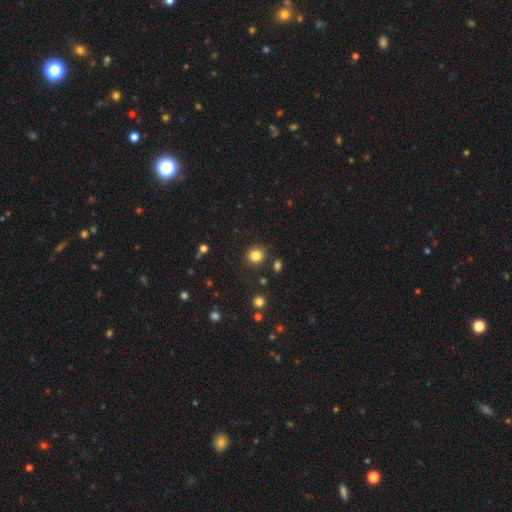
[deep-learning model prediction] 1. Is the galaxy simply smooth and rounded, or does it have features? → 83% smooth, 12% star or artifact, 5% featured or disk.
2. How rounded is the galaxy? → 85% round, 14% in between, 1% cigar-shaped.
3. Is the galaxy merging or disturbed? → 86% none, 8% minor disturbance, 3% merger, 3% major disturbance.